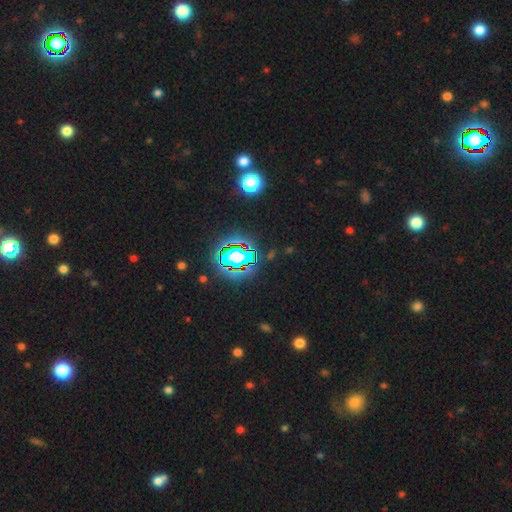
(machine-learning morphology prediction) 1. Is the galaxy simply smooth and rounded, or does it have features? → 79% star or artifact, 13% smooth, 8% featured or disk.